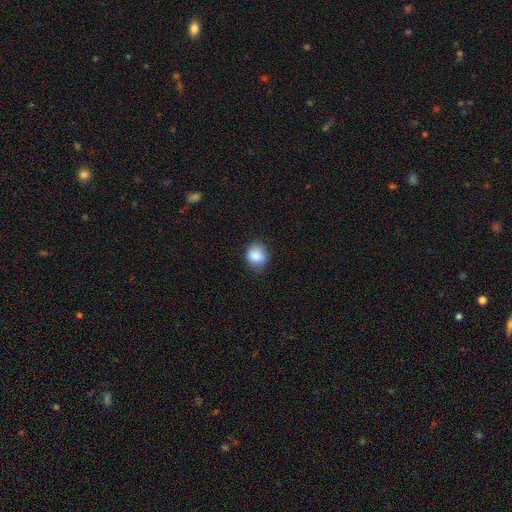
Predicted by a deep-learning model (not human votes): A smooth galaxy with no disk features (87%) that is round (69%). Merging: none (74%).